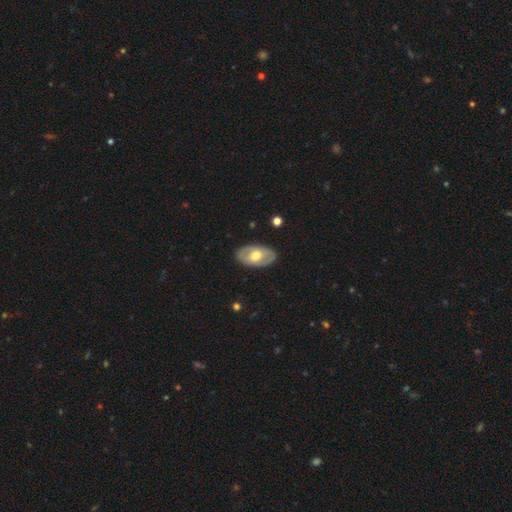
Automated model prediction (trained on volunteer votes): smooth_or_featured: featured or disk (p=0.54) [alt: smooth p=0.41]
disk_edge_on: no (p=0.89) [alt: yes p=0.11]
merging: none (p=0.85) [alt: minor disturbance p=0.11]